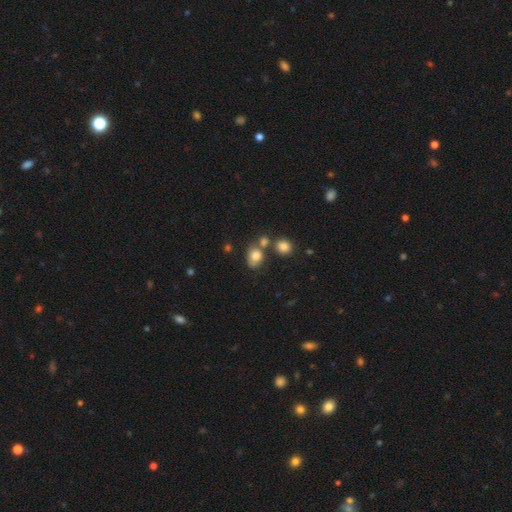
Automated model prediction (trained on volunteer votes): smooth-or-featured: smooth: 79% | featured or disk: 11% | star or artifact: 10%
  how-rounded: in between: 61% | round: 38% | cigar-shaped: 1%
  merging: none: 52% | merger: 27% | minor disturbance: 15% | major disturbance: 6%